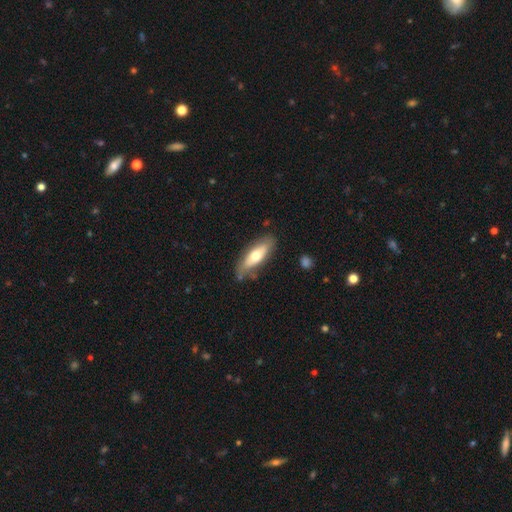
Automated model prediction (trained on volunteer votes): Smooth or featured? smooth (58%)
How rounded? in between (61%)
Merging? none (72%)